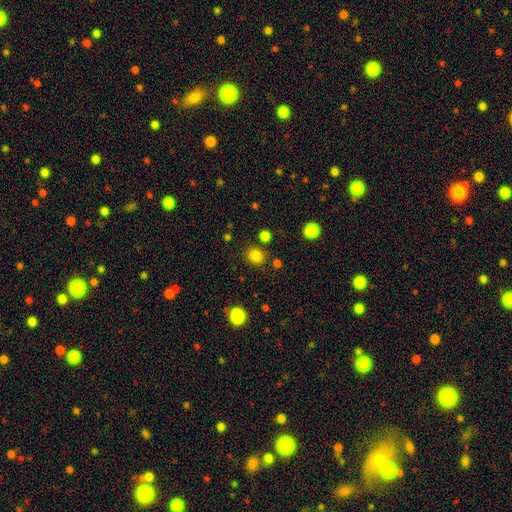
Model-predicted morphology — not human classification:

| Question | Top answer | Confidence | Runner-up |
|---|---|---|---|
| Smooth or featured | smooth | 83% | star or artifact (13%) |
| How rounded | round | 74% | in between (25%) |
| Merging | none | 83% | minor disturbance (9%) |